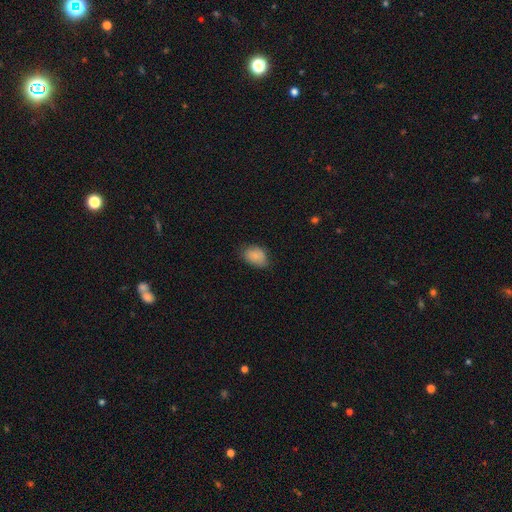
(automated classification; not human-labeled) Smooth or featured?
  - smooth: 84% *
  - featured or disk: 9%
  - star or artifact: 8%
How rounded?
  - in between: 76% *
  - round: 23%
  - cigar-shaped: 1%
Merging?
  - none: 64% *
  - minor disturbance: 29%
  - major disturbance: 6%
  - merger: 1%